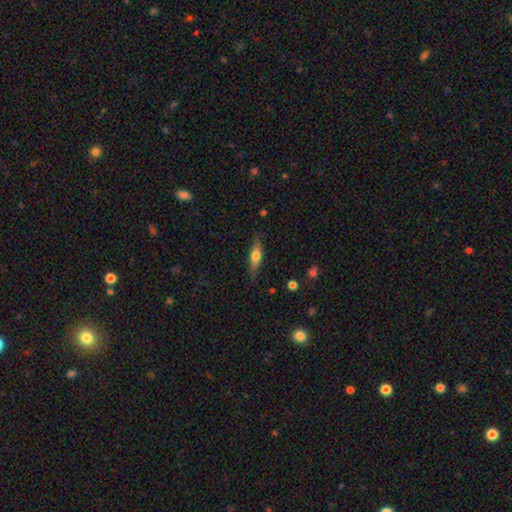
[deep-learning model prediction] smooth-or-featured: smooth: 51% | featured or disk: 42% | star or artifact: 7%
  how-rounded: cigar-shaped: 59% | in between: 37% | round: 3%
  merging: none: 84% | minor disturbance: 12% | major disturbance: 2% | merger: 1%